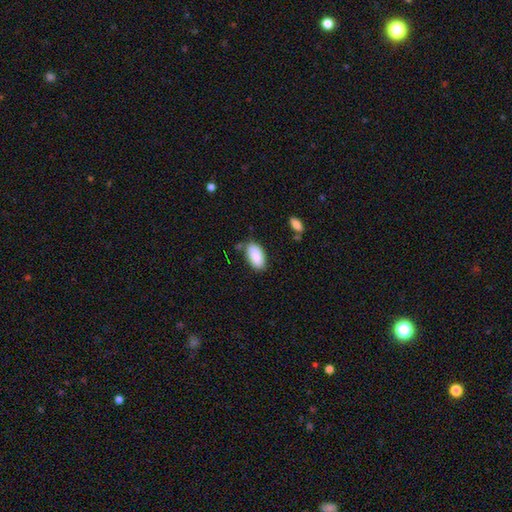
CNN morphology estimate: This appears to be a smooth galaxy with no disk features (89%) that is in between round and cigar-shaped (94%). Merging: none (77%).